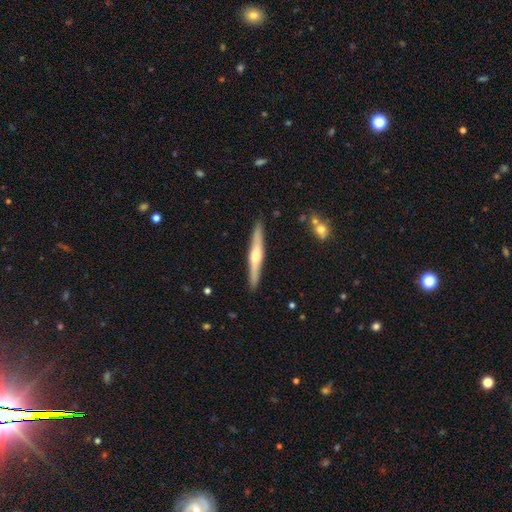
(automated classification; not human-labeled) This is possibly a featured or disk galaxy (60%). It is clearly viewed edge-on (96%). Edge-on bulge: likely rounded (75%). Merging: clearly none (90%).